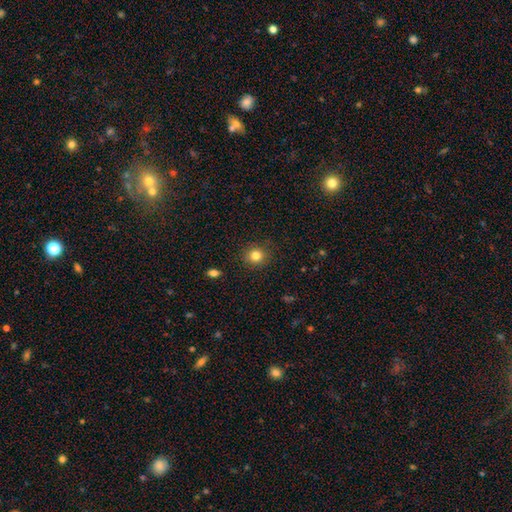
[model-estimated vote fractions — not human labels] Smooth or featured?
  - smooth: 83% *
  - star or artifact: 11%
  - featured or disk: 6%
How rounded?
  - round: 87% *
  - in between: 12%
  - cigar-shaped: 1%
Merging?
  - none: 90% *
  - minor disturbance: 7%
  - major disturbance: 2%
  - merger: 1%